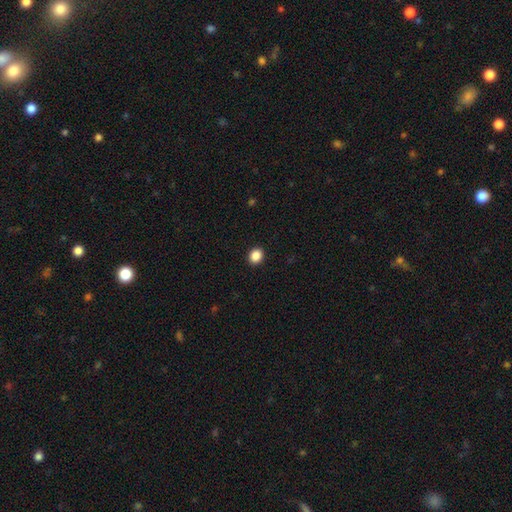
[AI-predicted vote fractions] Morphology: type=smooth (88%); roundness=round (64%); merging=none (92%).